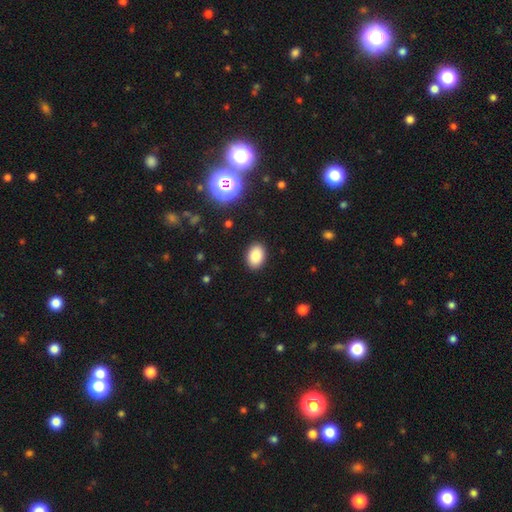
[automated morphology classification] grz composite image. It shows a smooth galaxy with no disk features (85%) that is in between round and cigar-shaped (82%). Merging: none (89%).